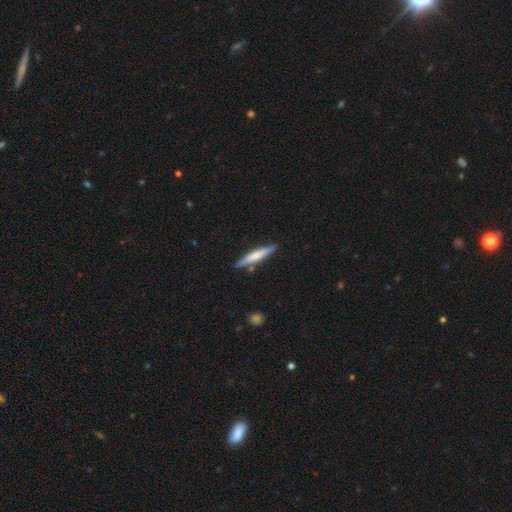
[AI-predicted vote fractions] Q: Smooth or featured?
A: smooth (53%); runner-up: featured or disk (42%)
Q: How rounded?
A: cigar-shaped (92%); runner-up: in between (6%)
Q: Merging?
A: none (85%); runner-up: minor disturbance (9%)